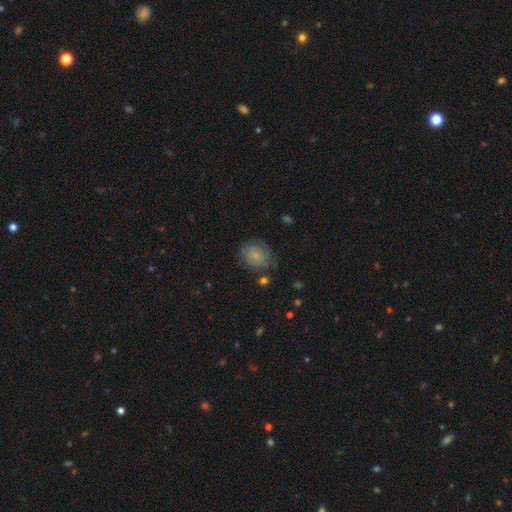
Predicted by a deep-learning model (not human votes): Smooth or featured: smooth — 75% (featured or disk — 16%)
How rounded: round — 58% (in between — 41%)
Merging: none — 66% (minor disturbance — 23%)